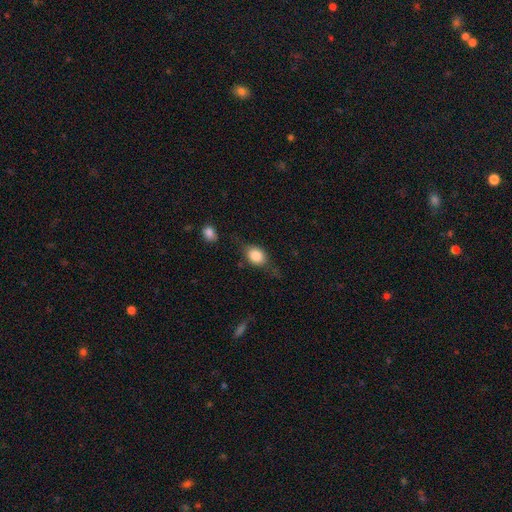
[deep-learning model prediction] Q: Smooth or featured?
A: smooth (78%); runner-up: featured or disk (14%)
Q: How rounded?
A: in between (62%); runner-up: round (36%)
Q: Merging?
A: none (60%); runner-up: minor disturbance (24%)